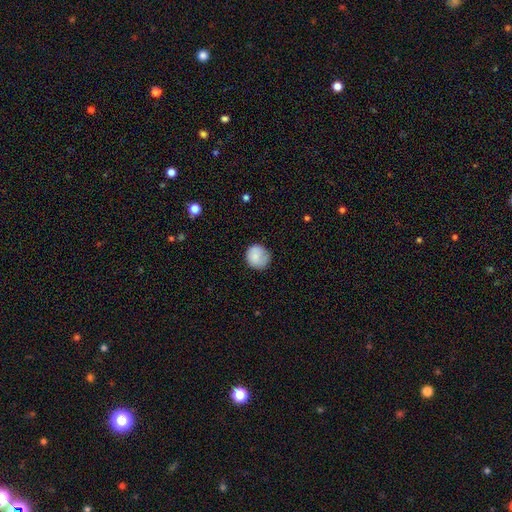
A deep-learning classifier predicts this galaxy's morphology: type=smooth (82%); roundness=round (87%); merging=none (74%).